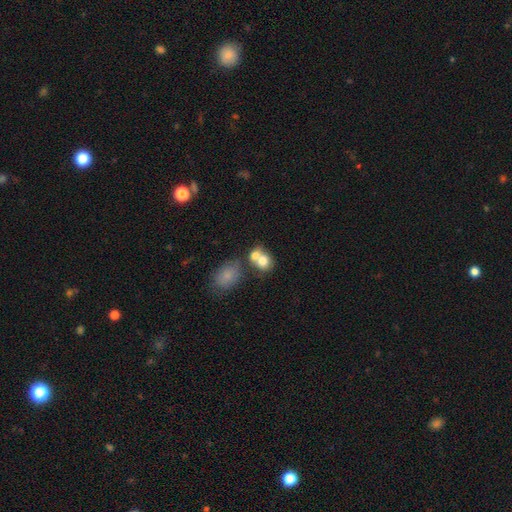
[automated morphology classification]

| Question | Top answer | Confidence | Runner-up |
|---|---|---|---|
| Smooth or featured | smooth | 75% | featured or disk (16%) |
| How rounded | round | 58% | in between (41%) |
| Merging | merger | 59% | none (29%) |